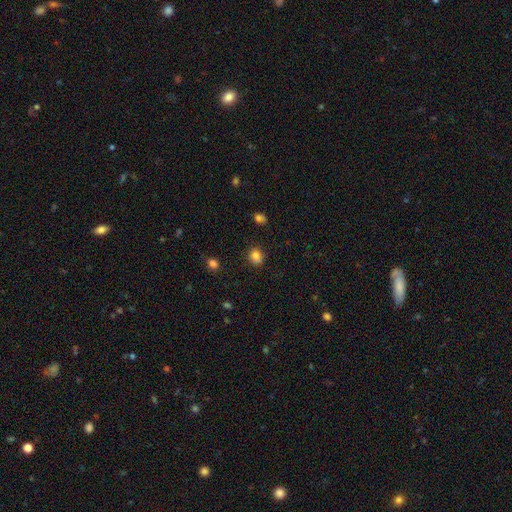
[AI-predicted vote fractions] The model was most divided on "how rounded": round: 71%, in between: 28%, cigar-shaped: 1%. More confident: smooth or featured — smooth (82%); merging — none (79%).